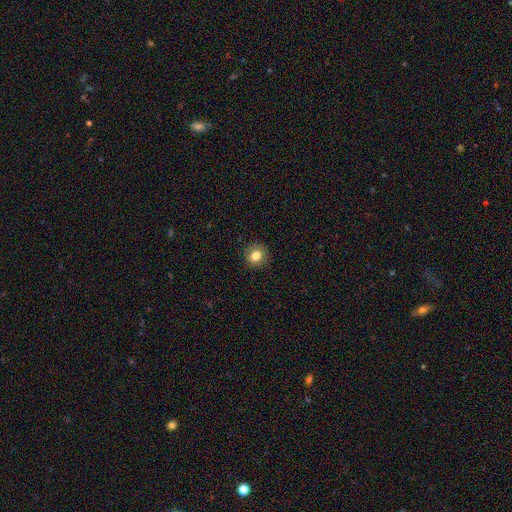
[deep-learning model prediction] A smooth galaxy with no disk features (82%) that is round (89%). Merging: none (88%).